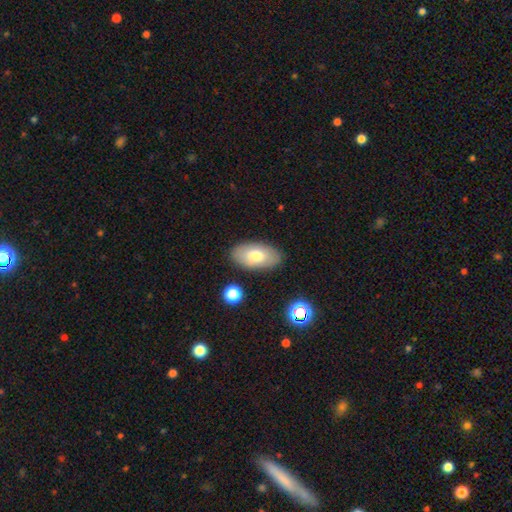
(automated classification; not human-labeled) Morphology: type=smooth (76%); roundness=in between (94%); merging=none (85%).